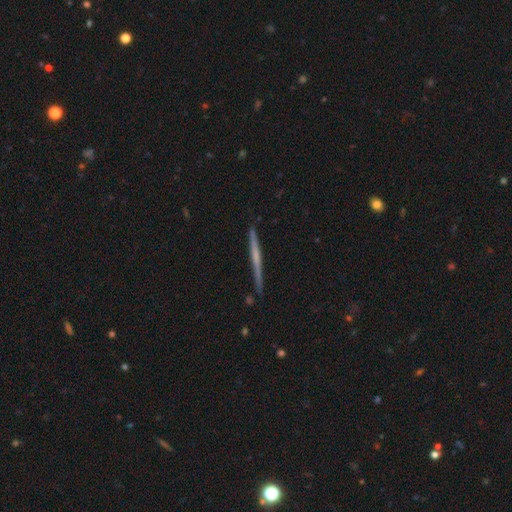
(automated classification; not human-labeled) A featured or disk galaxy (62%) viewed edge-on (98%) with no central bulge (75%).

Vote fractions:
- Smooth or featured? featured or disk: 62% / smooth: 32% / star or artifact: 6%
- Edge-on disk? yes: 98% / no: 2%
- Edge-on bulge? none: 75% / rounded: 18% / boxy: 7%
- Merging? none: 90% / minor disturbance: 7% / merger: 1% / major disturbance: 1%